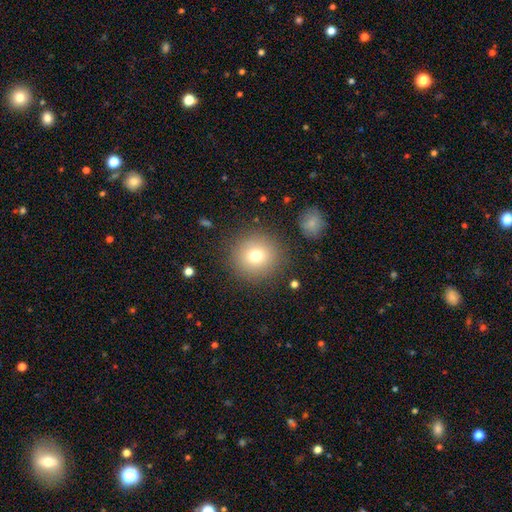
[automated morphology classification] type=smooth (75%); roundness=round (93%); merging=none (86%).